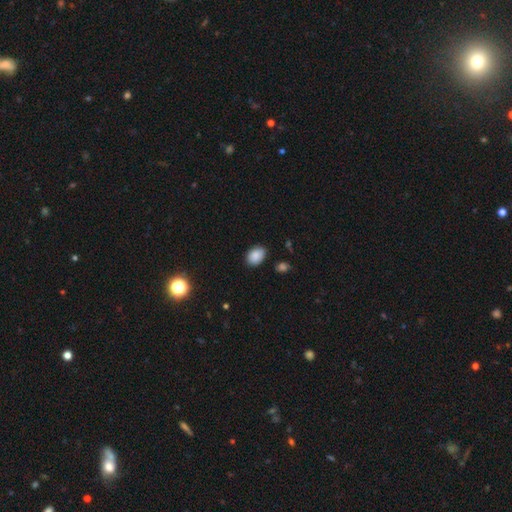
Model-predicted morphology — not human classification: Smooth or featured?
  - smooth: 87% *
  - star or artifact: 9%
  - featured or disk: 4%
How rounded?
  - in between: 77% *
  - round: 22%
  - cigar-shaped: 1%
Merging?
  - none: 84% *
  - minor disturbance: 12%
  - major disturbance: 3%
  - merger: 2%